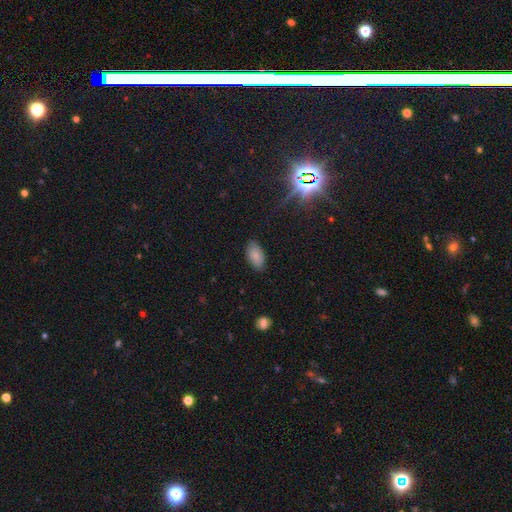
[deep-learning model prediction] Morphology: type=smooth (80%); roundness=in between (94%); merging=none (83%).